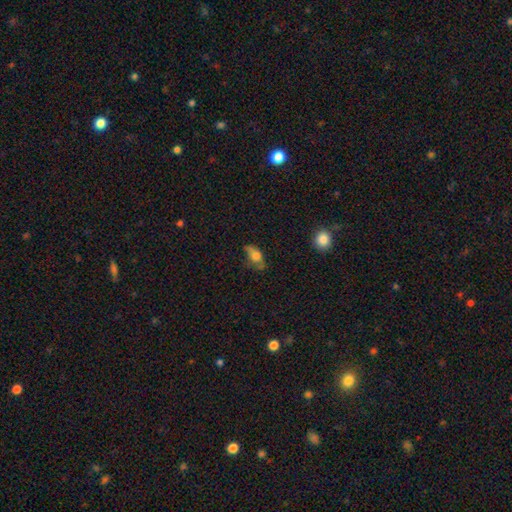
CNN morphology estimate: A smooth galaxy with no disk features (61%) that is in between round and cigar-shaped (79%). Merging: none (53%).